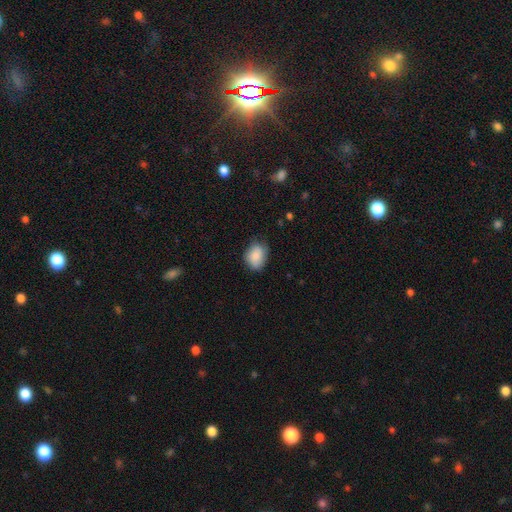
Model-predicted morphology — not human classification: This is clearly a smooth galaxy (85%). How rounded: likely in between (67%). Merging: likely none (68%).